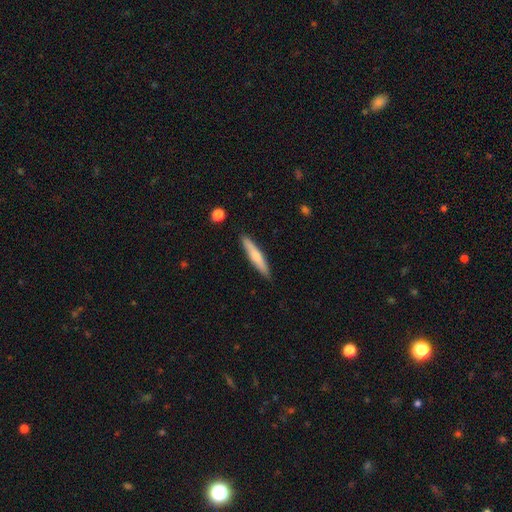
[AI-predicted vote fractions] Overall: smooth (58%; featured or disk 36%). How rounded: cigar-shaped (91%). Merging: none (89%).